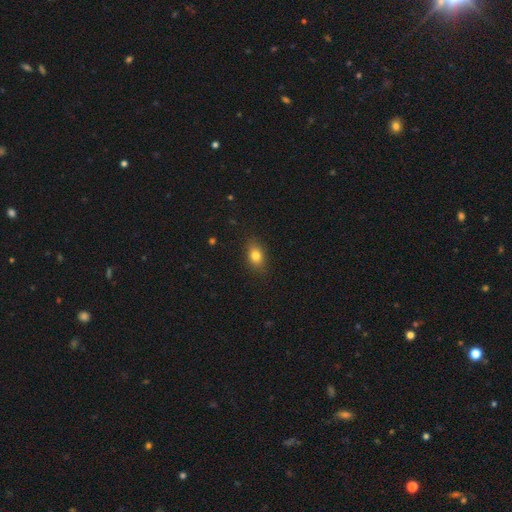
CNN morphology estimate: smooth-or-featured: smooth: 80% | featured or disk: 10% | star or artifact: 10%
  how-rounded: in between: 77% | round: 19% | cigar-shaped: 4%
  merging: none: 85% | minor disturbance: 12% | major disturbance: 3% | merger: 1%